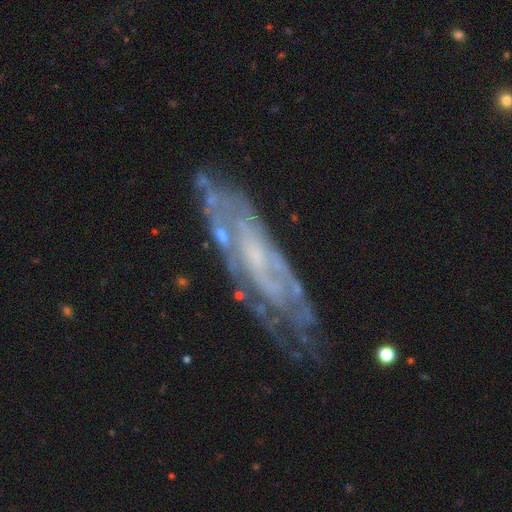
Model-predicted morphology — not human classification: Q: Smooth or featured?
A: featured or disk (78%); runner-up: smooth (14%)
Q: Edge-on disk?
A: no (76%); runner-up: yes (24%)
Q: Bar?
A: no (52%); runner-up: weak (36%)
Q: Spiral arms?
A: yes (81%); runner-up: no (19%)
Q: Bulge size?
A: small (58%); runner-up: none (24%)
Q: Merging?
A: none (66%); runner-up: minor disturbance (20%)